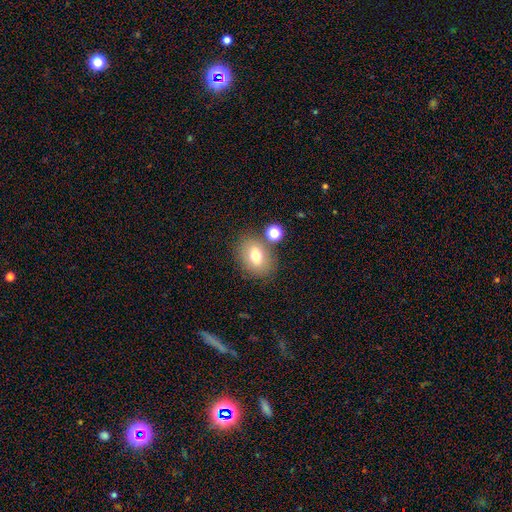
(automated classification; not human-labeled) Smooth or featured: smooth — 71% (featured or disk — 18%)
How rounded: in between — 66% (round — 33%)
Merging: none — 73% (minor disturbance — 13%)